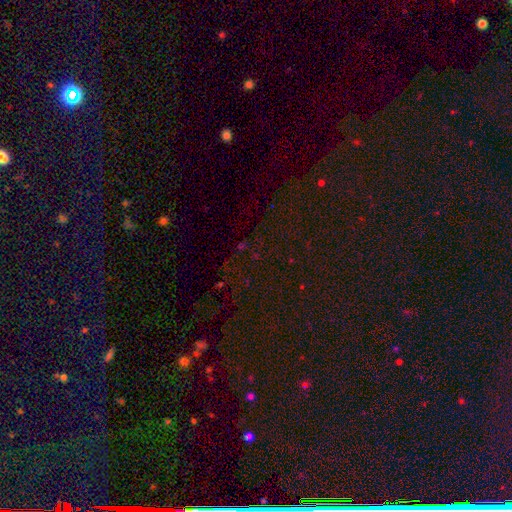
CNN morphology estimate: The model was most divided on "smooth or featured": star or artifact: 66%, smooth: 26%, featured or disk: 8%.